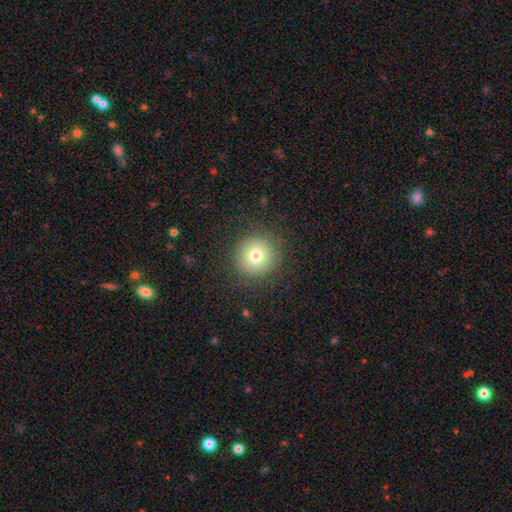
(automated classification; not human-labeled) Overall: smooth (76%). How rounded: round (94%). Merging: none (88%).